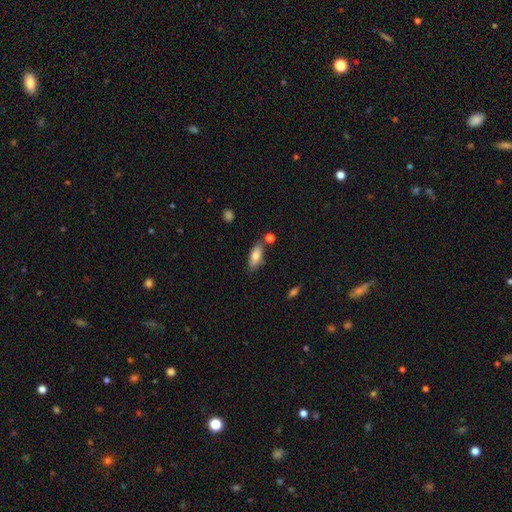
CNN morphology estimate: smooth 78%, featured or disk 15%, star or artifact 7%. Down the decision tree: how rounded — in between (81%); merging — none (76%).